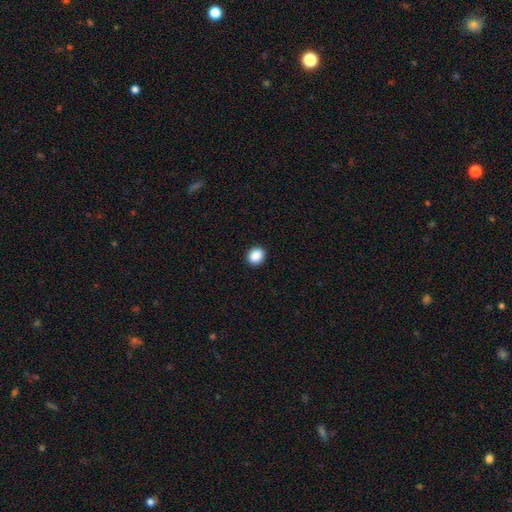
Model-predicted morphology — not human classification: This is clearly a smooth galaxy (89%). How rounded: likely round (62%). Merging: clearly none (91%).